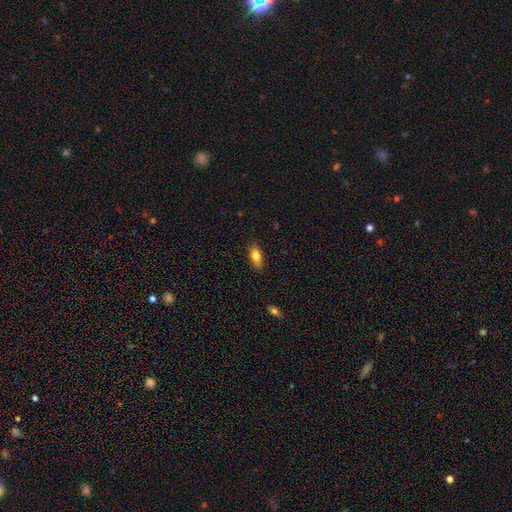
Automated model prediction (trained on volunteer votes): smooth 77%, featured or disk 16%, star or artifact 7%. Down the decision tree: how rounded — in between (78%); merging — none (85%).